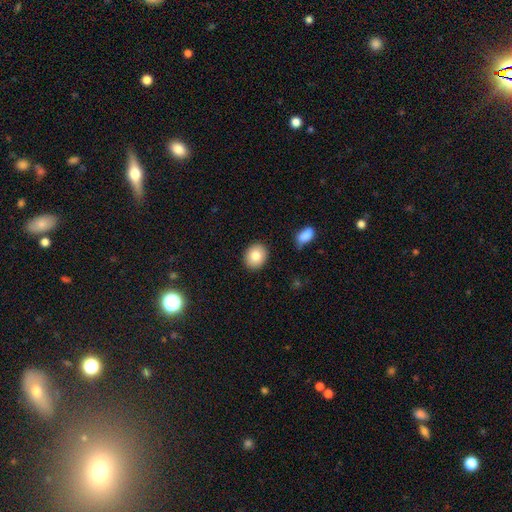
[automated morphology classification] Smooth or featured: smooth — 81% (featured or disk — 11%)
How rounded: round — 62% (in between — 37%)
Merging: none — 88% (minor disturbance — 8%)